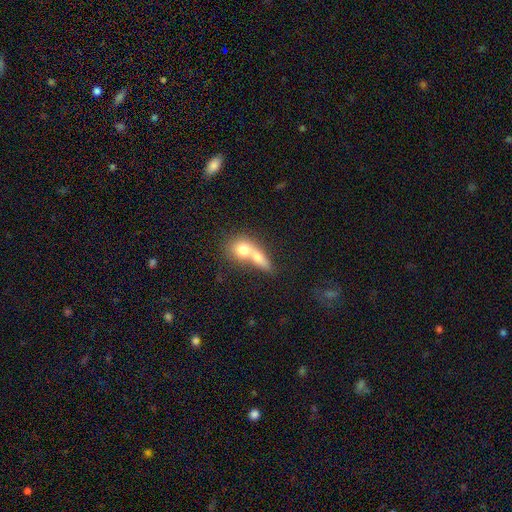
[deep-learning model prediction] smooth 67%, featured or disk 24%, star or artifact 9%. Down the decision tree: how rounded — round (48%); merging — merger (69%).